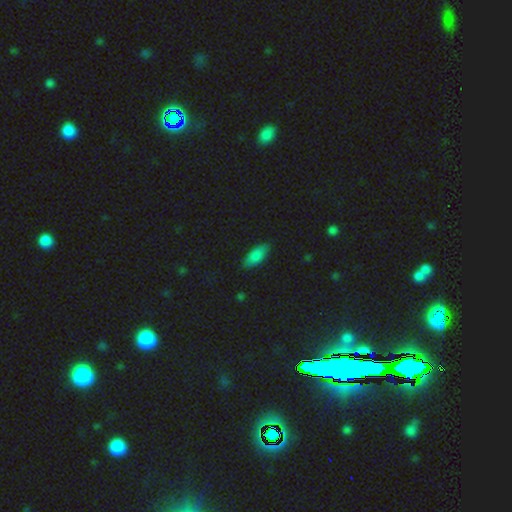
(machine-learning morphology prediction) smooth-or-featured: smooth: 82% | star or artifact: 11% | featured or disk: 7%
  how-rounded: in between: 86% | cigar-shaped: 12% | round: 2%
  merging: none: 84% | minor disturbance: 13% | major disturbance: 2% | merger: 1%